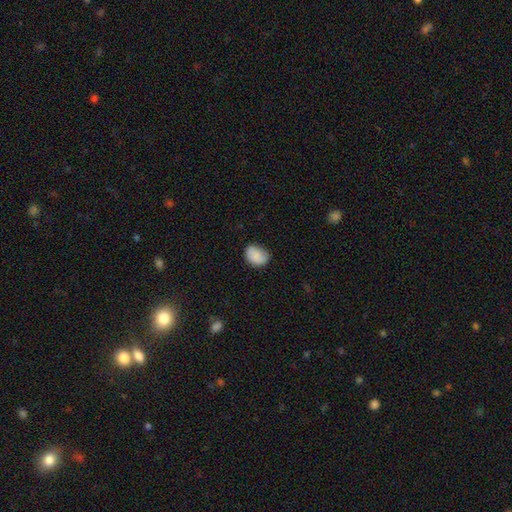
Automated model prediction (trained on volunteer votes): The model was most divided on "how rounded": in between: 64%, round: 35%, cigar-shaped: 1%. More confident: smooth or featured — smooth (85%); merging — none (65%).